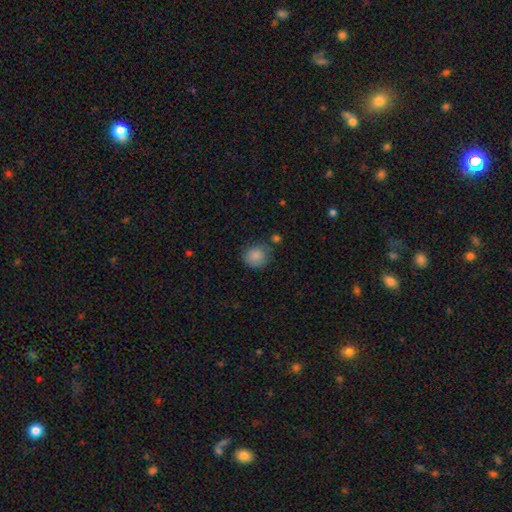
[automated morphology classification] Overall: smooth (87%). How rounded: round (82%). Merging: none (73%).